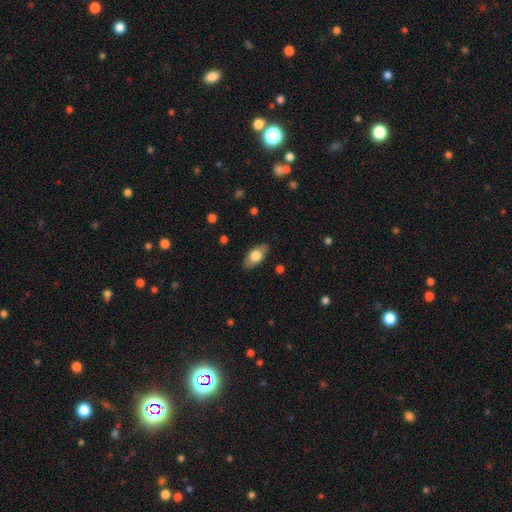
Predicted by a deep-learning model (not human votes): Morphology: type=smooth (72%); roundness=in between (91%); merging=none (85%).